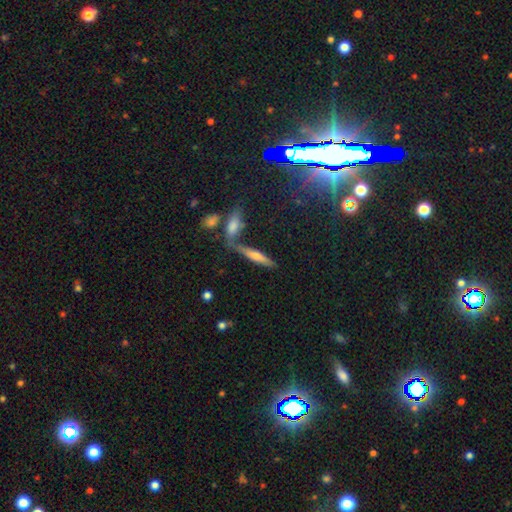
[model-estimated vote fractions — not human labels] This is possibly a smooth galaxy (51%). How rounded: clearly cigar-shaped (81%). Merging: likely none (64%).